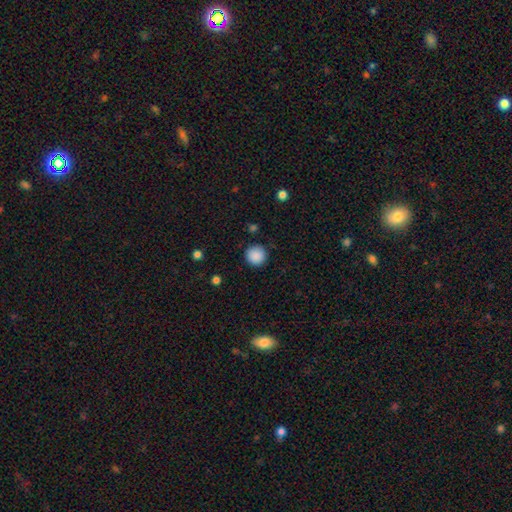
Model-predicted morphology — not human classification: A smooth galaxy with no disk features (89%) that is round (95%). Merging: none (90%).